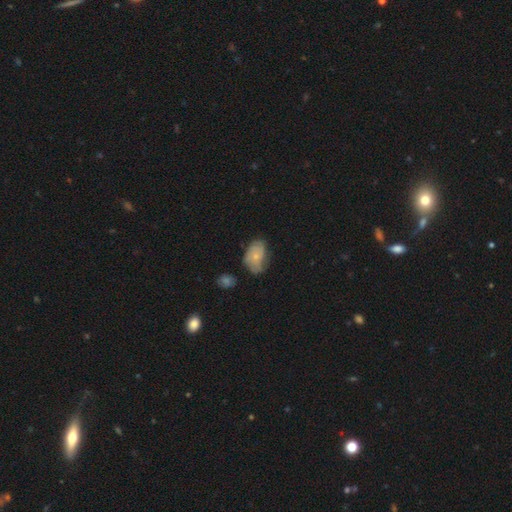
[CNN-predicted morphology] A featured or disk galaxy (46%, tied with smooth). Merging: none (55%).